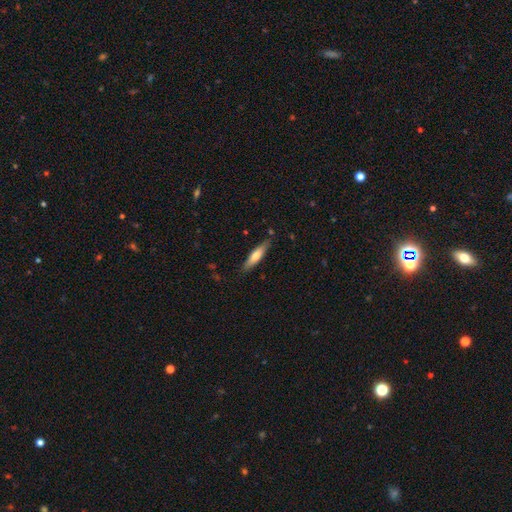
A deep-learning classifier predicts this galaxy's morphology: type=smooth (60%); roundness=cigar-shaped (77%); merging=none (84%).